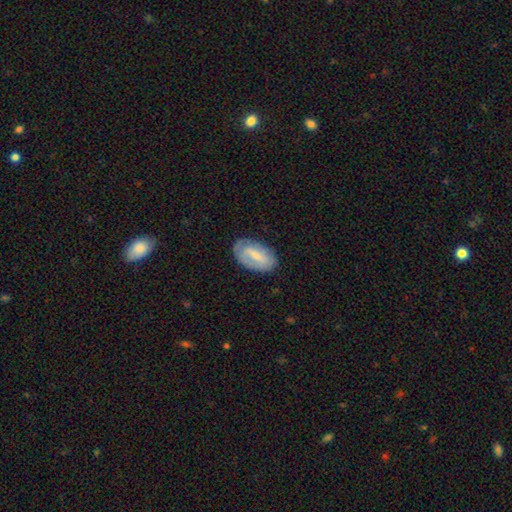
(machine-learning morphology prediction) smooth 53%, featured or disk 41%, star or artifact 6%. Down the decision tree: how rounded — in between (93%); merging — none (73%).